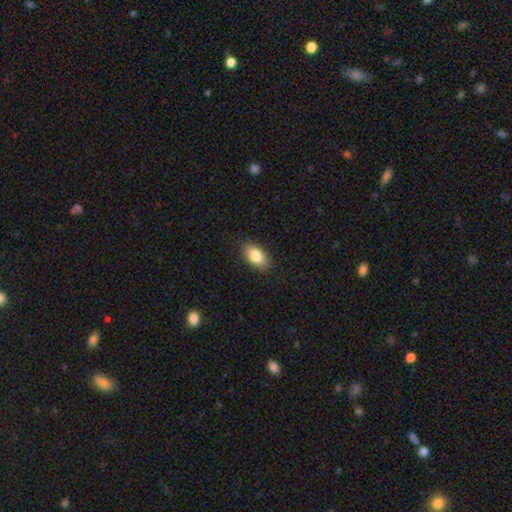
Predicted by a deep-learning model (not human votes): Q: Smooth or featured?
A: smooth (84%); runner-up: featured or disk (9%)
Q: How rounded?
A: in between (91%); runner-up: round (7%)
Q: Merging?
A: none (87%); runner-up: minor disturbance (10%)